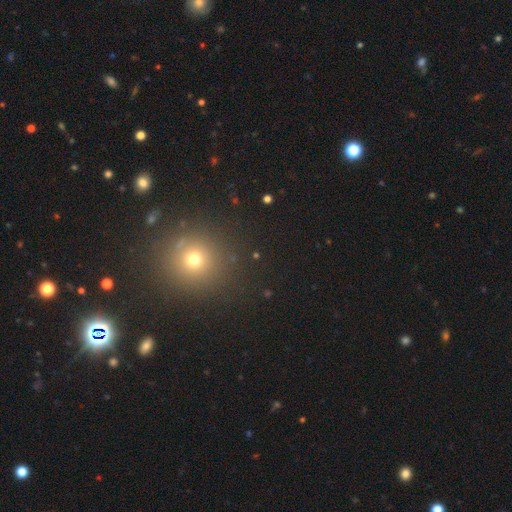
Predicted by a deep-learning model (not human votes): Morphology: type=smooth (51%); roundness=round (91%); merging=none (87%).